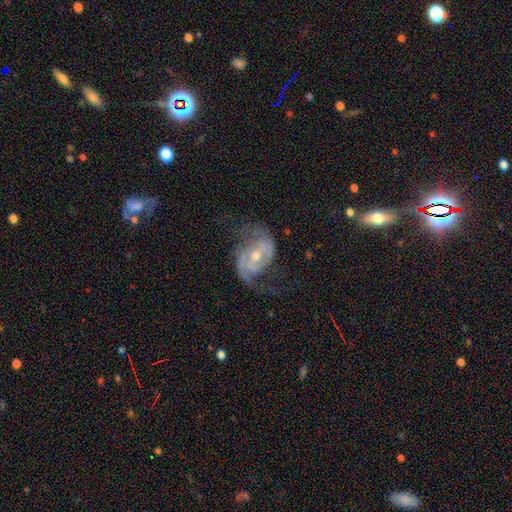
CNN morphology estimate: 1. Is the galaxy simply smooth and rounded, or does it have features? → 86% featured or disk, 7% smooth, 7% star or artifact.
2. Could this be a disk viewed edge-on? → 97% no, 3% yes.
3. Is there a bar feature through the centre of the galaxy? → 45% no, 36% weak, 19% strong.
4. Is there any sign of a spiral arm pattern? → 94% yes, 6% no.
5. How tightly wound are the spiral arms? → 46% loose, 40% medium, 14% tight.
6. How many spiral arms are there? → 87% 2, 5% can't tell, 3% 1, 2% 3, 1% 4, 1% more than 4.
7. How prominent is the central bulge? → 48% moderate (tied), 48% small (tied), 2% large, 1% none, 1% dominant.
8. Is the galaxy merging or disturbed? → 58% none, 22% major disturbance, 18% minor disturbance, 2% merger.